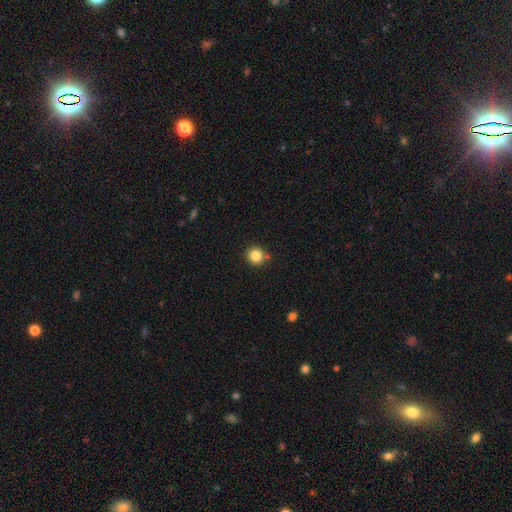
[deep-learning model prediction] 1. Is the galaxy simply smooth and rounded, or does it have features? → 84% smooth, 11% star or artifact, 5% featured or disk.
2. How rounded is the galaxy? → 92% round, 7% in between, 1% cigar-shaped.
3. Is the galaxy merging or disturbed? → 82% none, 10% minor disturbance, 5% merger, 2% major disturbance.